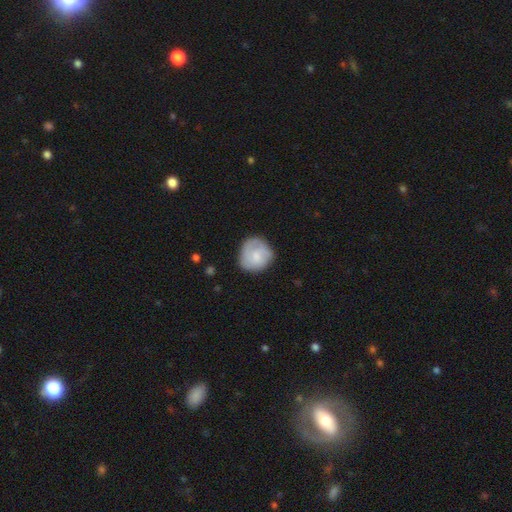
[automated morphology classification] Smooth or featured?
  - smooth: 62% *
  - featured or disk: 32%
  - star or artifact: 6%
How rounded?
  - round: 85% *
  - in between: 14%
  - cigar-shaped: 1%
Merging?
  - none: 70% *
  - minor disturbance: 21%
  - major disturbance: 7%
  - merger: 1%